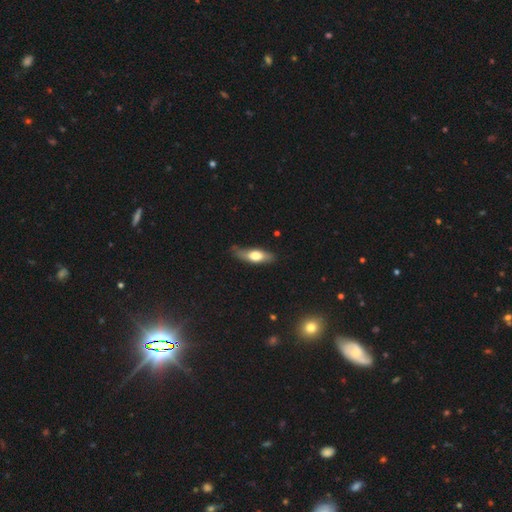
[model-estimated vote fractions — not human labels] This appears to be a smooth galaxy with no disk features (60%) that is in between round and cigar-shaped (59%). Merging: none (68%).